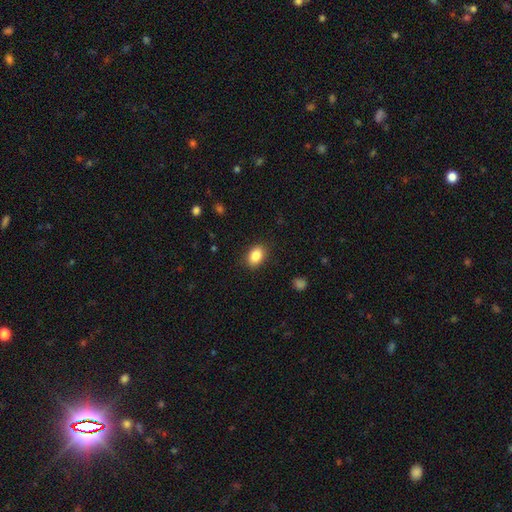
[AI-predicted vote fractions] smooth 85%, star or artifact 8%, featured or disk 6%. Down the decision tree: how rounded — in between (79%); merging — none (88%).